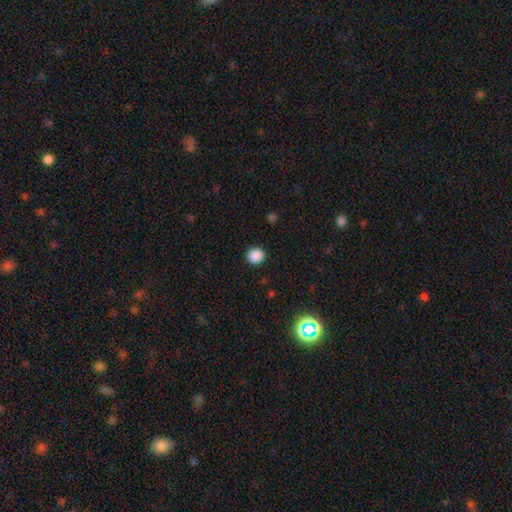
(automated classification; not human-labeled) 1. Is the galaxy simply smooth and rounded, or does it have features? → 87% smooth, 10% star or artifact, 2% featured or disk.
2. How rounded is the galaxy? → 89% round, 10% in between, 1% cigar-shaped.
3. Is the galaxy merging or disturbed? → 91% none, 6% minor disturbance, 2% major disturbance, 1% merger.